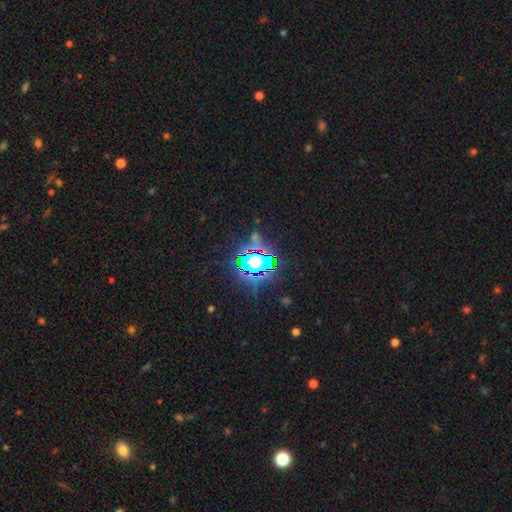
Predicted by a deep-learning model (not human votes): Overall: star or artifact (81%).